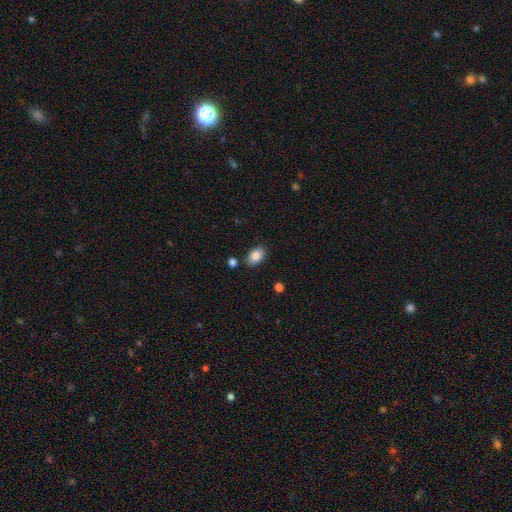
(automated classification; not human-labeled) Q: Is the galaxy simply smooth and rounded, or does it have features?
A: smooth — 86%.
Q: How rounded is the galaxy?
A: in between — 88%.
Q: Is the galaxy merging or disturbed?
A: none — 81%.